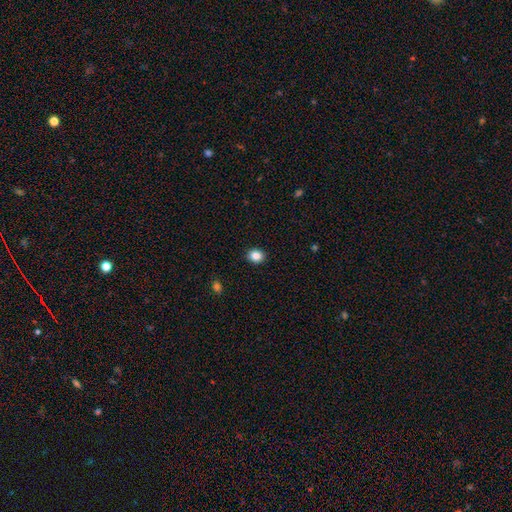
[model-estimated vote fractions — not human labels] smooth-or-featured: smooth: 85% | star or artifact: 11% | featured or disk: 4%
  how-rounded: round: 69% | in between: 30% | cigar-shaped: 1%
  merging: none: 91% | minor disturbance: 7% | major disturbance: 2% | merger: 1%